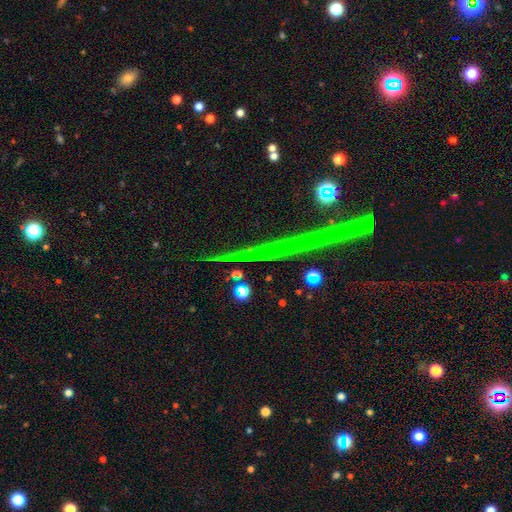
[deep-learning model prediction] A star or artifact, not a galaxy (75%).